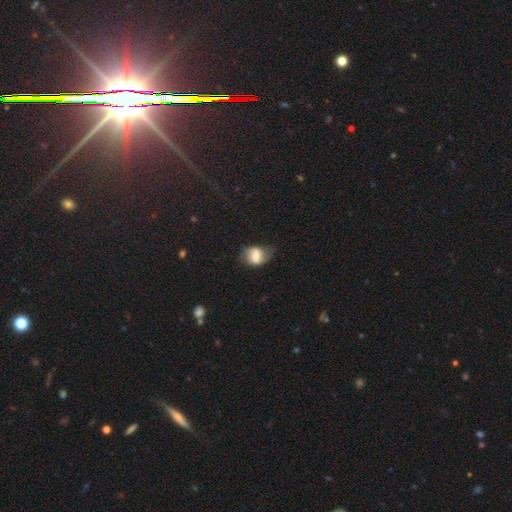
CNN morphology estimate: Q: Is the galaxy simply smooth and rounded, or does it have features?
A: smooth — 52%.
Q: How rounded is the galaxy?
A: in between — 63%.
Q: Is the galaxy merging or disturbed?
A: none — 53%.